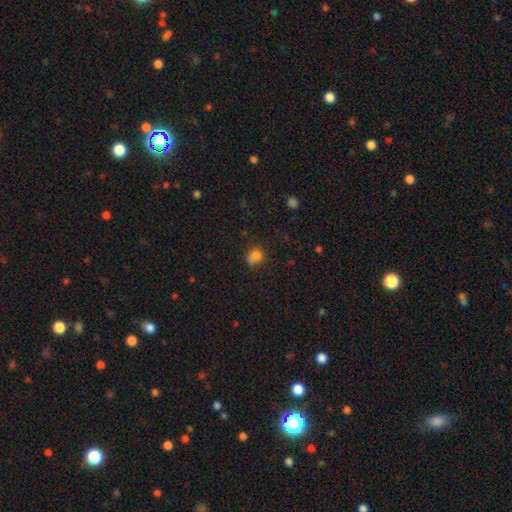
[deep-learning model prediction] This appears to be a smooth galaxy with no disk features (80%) that is round (68%). Merging: none (57%).